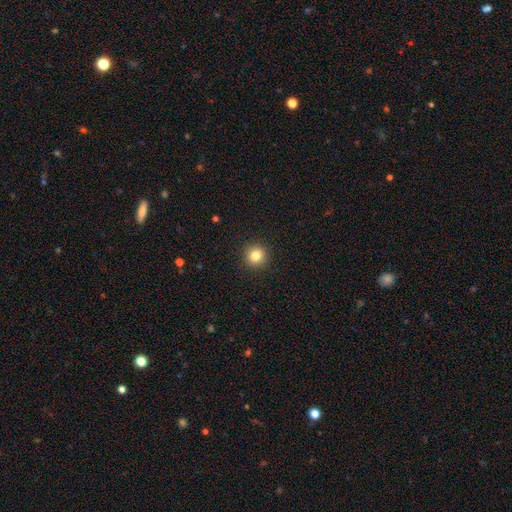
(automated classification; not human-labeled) The model was most divided on "smooth or featured": smooth: 83%, star or artifact: 11%, featured or disk: 6%. More confident: how rounded — round (94%); merging — none (92%).